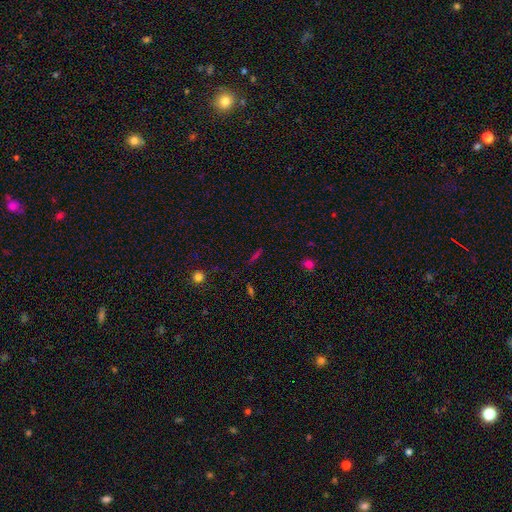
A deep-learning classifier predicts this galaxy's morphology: Smooth or featured? Predicted: smooth (p=0.40, tied with star or artifact). Merging? Predicted: none (p=0.85).